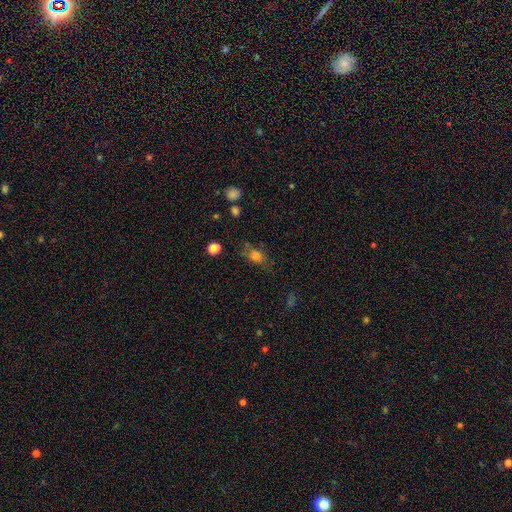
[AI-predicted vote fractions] Q: Smooth or featured?
A: smooth (69%); runner-up: star or artifact (16%)
Q: How rounded?
A: in between (69%); runner-up: round (23%)
Q: Merging?
A: none (65%); runner-up: minor disturbance (21%)